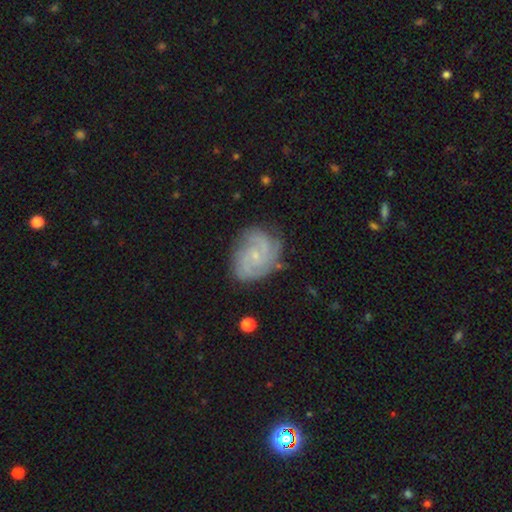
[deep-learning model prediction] A featured or disk galaxy (85%) with no bar (66%), 3 (34%) tight (58%) spiral arms (97%) and a small central bulge (78%). Merging: none (76%).